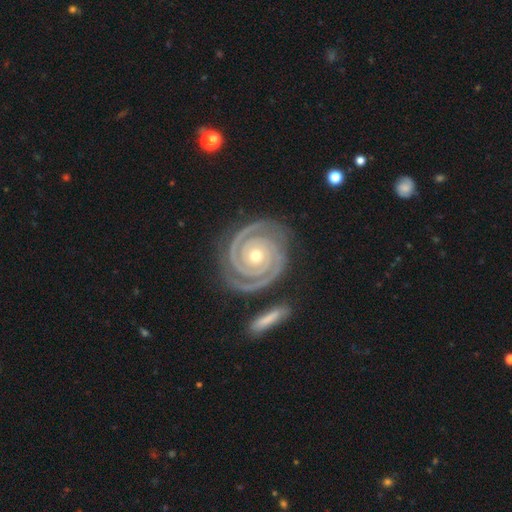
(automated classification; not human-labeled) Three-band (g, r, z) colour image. It shows a featured or disk galaxy (94%) with no bar (75%), 2 (88%) tight (90%) spiral arms (99%) and a moderate central bulge (51%). Merging: none (84%).